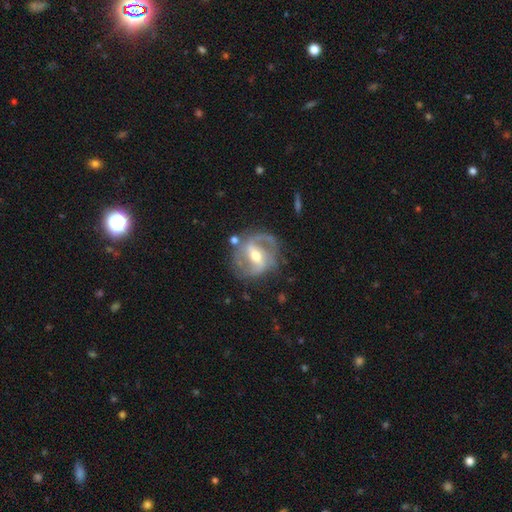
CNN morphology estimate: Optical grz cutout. It shows a featured or disk galaxy (85%) with a strong bar (48%), 2 (79%) medium (50%) spiral arms (90%) and a moderate central bulge (68%). Merging: none (70%).